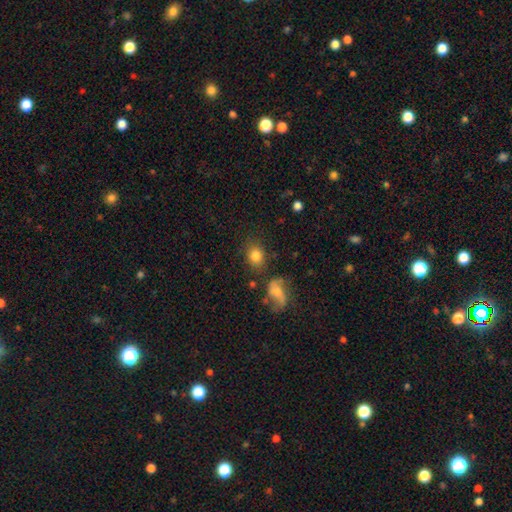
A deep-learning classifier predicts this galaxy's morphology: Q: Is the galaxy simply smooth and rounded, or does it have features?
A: smooth — 82%.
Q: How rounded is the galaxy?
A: in between — 52%.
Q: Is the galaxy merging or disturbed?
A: none — 73%.